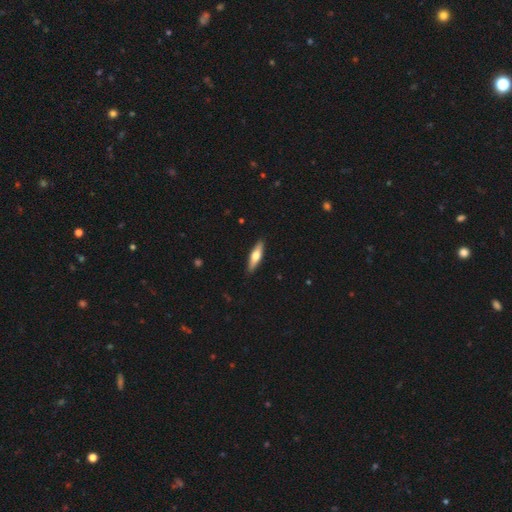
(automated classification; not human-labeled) smooth 52%, featured or disk 43%, star or artifact 5%. Down the decision tree: how rounded — cigar-shaped (69%); merging — none (90%).